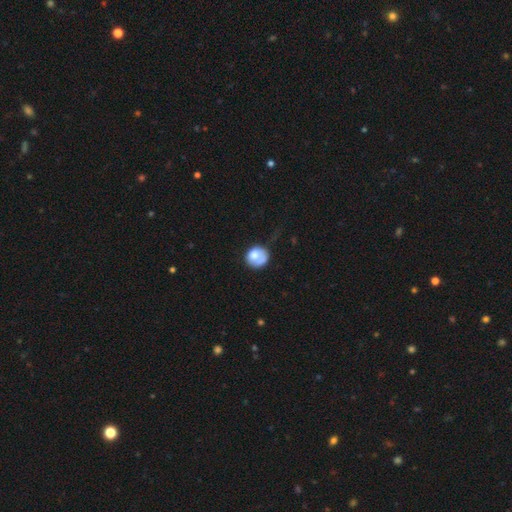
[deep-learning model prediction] This is likely a smooth galaxy (70%). How rounded: likely round (75%). Merging: possibly none (45%).